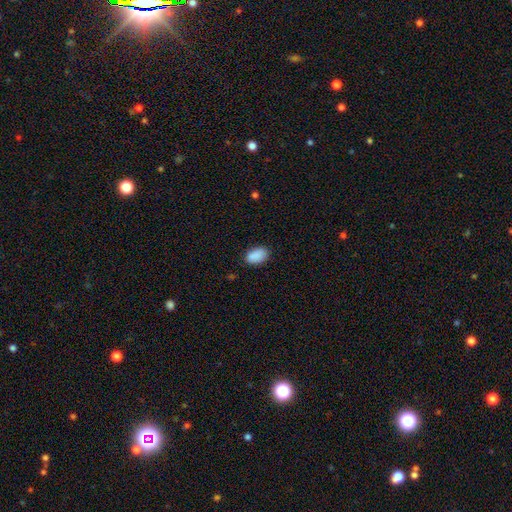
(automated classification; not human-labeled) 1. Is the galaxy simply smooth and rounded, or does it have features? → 90% smooth, 7% star or artifact, 3% featured or disk.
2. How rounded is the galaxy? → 92% in between, 7% round, 1% cigar-shaped.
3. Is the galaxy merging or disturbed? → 84% none, 13% minor disturbance, 2% major disturbance, 1% merger.